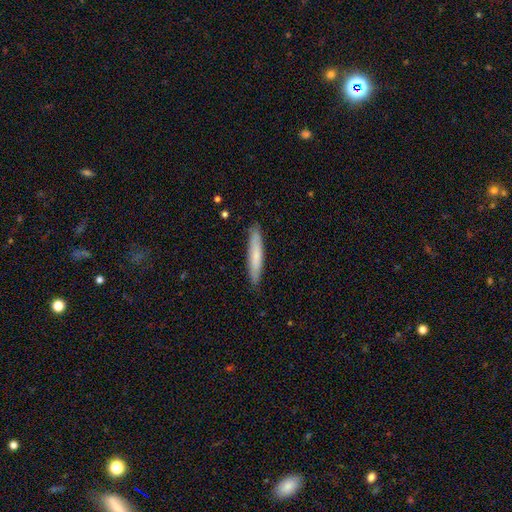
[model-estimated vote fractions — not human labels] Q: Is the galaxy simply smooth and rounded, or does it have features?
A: smooth — 71%.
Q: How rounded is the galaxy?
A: cigar-shaped — 92%.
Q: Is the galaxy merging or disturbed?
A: none — 88%.